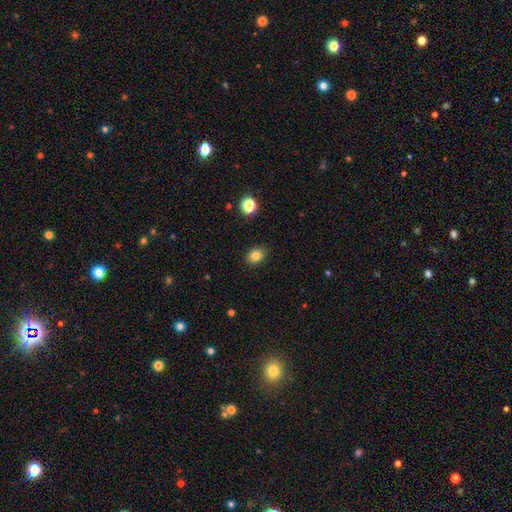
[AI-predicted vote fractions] This appears to be a smooth galaxy with no disk features (82%) that is in between round and cigar-shaped (59%). Merging: none (88%).